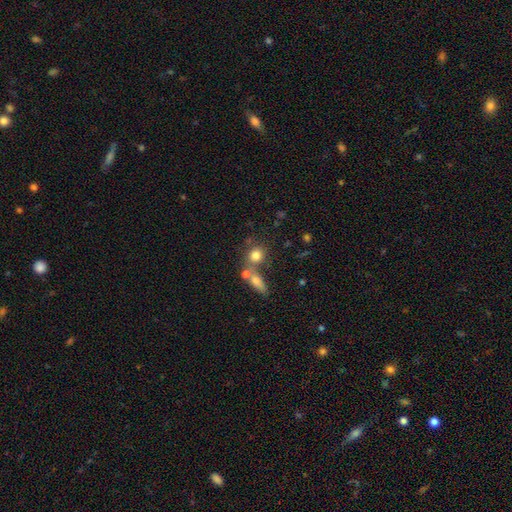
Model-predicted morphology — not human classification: A smooth galaxy with no disk features (77%) that is round (76%). Merging: none (53%).